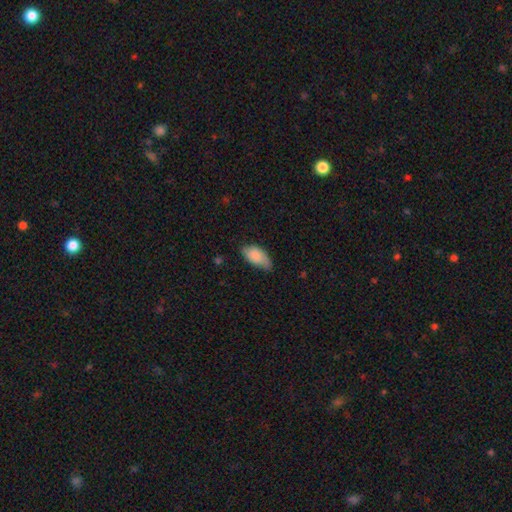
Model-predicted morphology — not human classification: Smooth or featured? smooth (83%)
How rounded? in between (93%)
Merging? none (57%)